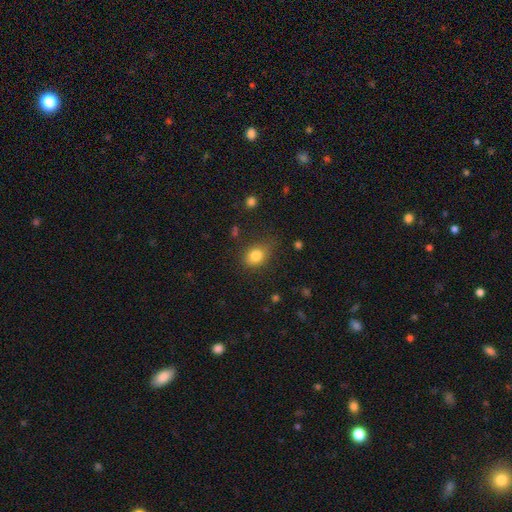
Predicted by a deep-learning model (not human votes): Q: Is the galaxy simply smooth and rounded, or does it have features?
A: smooth — 81%.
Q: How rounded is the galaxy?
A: round — 50%.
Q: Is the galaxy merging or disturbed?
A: none — 69%.